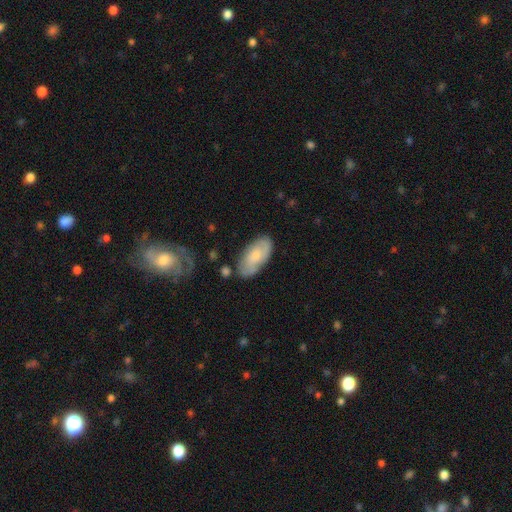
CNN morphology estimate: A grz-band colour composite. It shows a smooth galaxy with no disk features (58%) that is in between round and cigar-shaped (91%). Merging: none (73%).